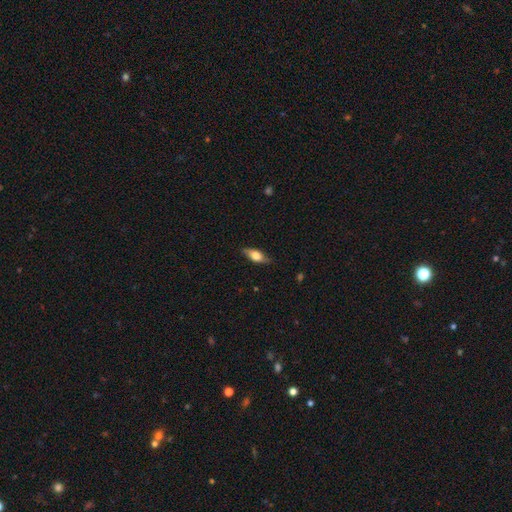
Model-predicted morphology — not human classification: Smooth or featured?
  - smooth: 63% *
  - featured or disk: 31%
  - star or artifact: 6%
How rounded?
  - in between: 73% *
  - cigar-shaped: 23%
  - round: 4%
Merging?
  - none: 81% *
  - minor disturbance: 15%
  - major disturbance: 3%
  - merger: 1%